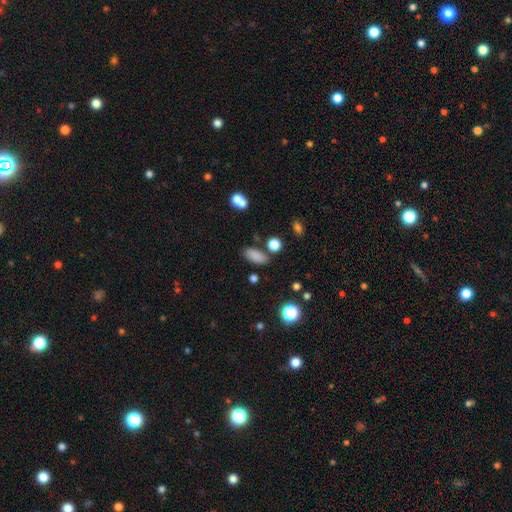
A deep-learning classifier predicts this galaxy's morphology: Smooth or featured: smooth — 84% (star or artifact — 10%)
How rounded: in between — 86% (cigar-shaped — 10%)
Merging: none — 78% (minor disturbance — 12%)